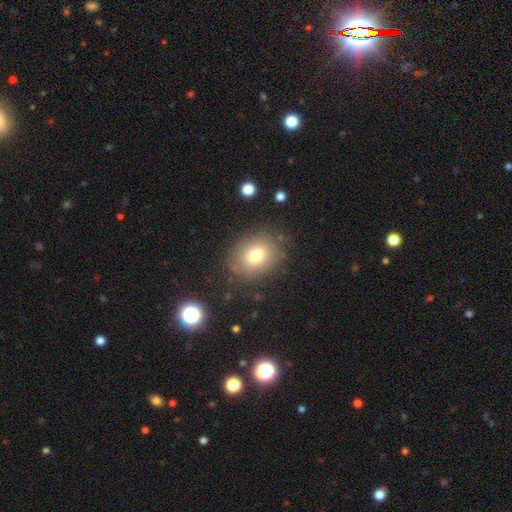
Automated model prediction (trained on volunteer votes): Morphology: type=smooth (75%); roundness=round (59%); merging=none (81%).